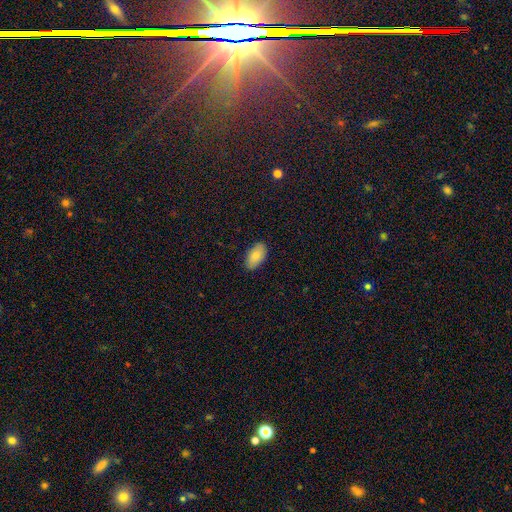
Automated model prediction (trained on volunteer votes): The model was most divided on "smooth or featured": smooth: 82%, featured or disk: 11%, star or artifact: 7%. More confident: how rounded — in between (94%); merging — none (86%).